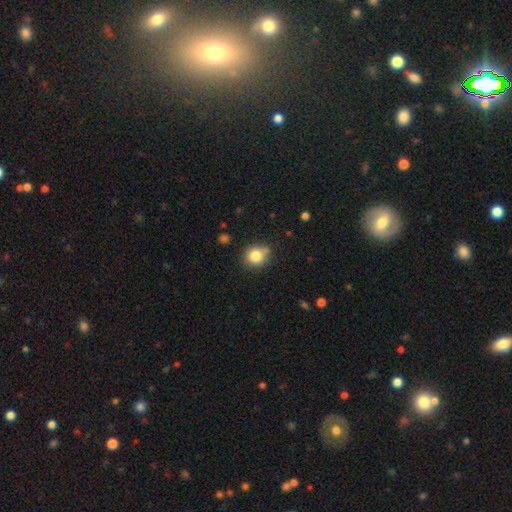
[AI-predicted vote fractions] smooth_or_featured: smooth (p=0.82) [alt: star or artifact p=0.11]
how_rounded: round (p=0.83) [alt: in between p=0.16]
merging: none (p=0.71) [alt: minor disturbance p=0.17]